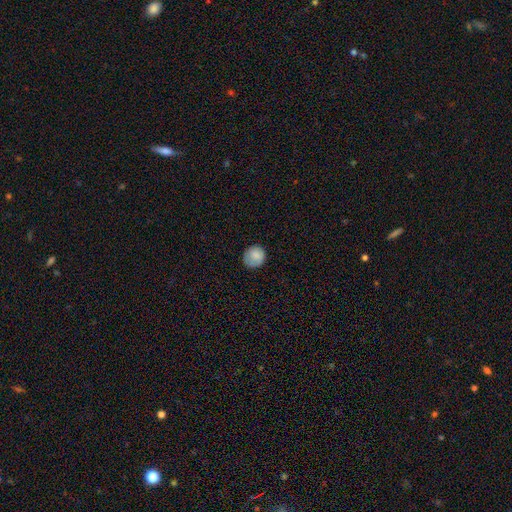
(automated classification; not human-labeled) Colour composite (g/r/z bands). It shows a smooth galaxy with no disk features (84%) that is round (85%). Merging: none (77%).